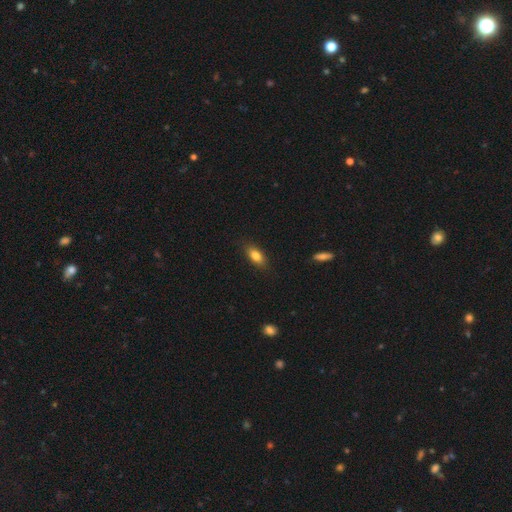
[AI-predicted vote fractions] Smooth or featured? smooth (83%)
How rounded? in between (84%)
Merging? none (83%)